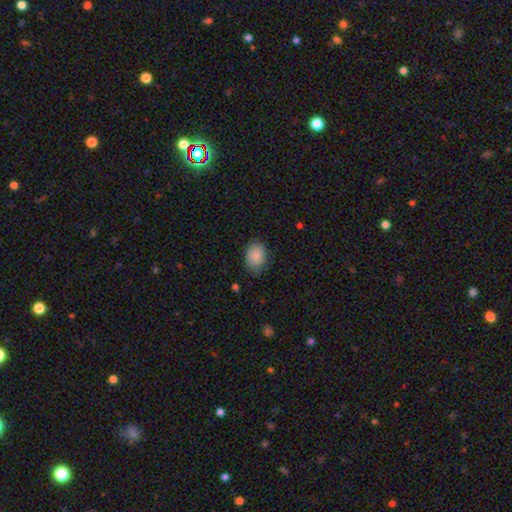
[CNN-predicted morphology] Smooth or featured? smooth (88%)
How rounded? in between (69%)
Merging? none (77%)